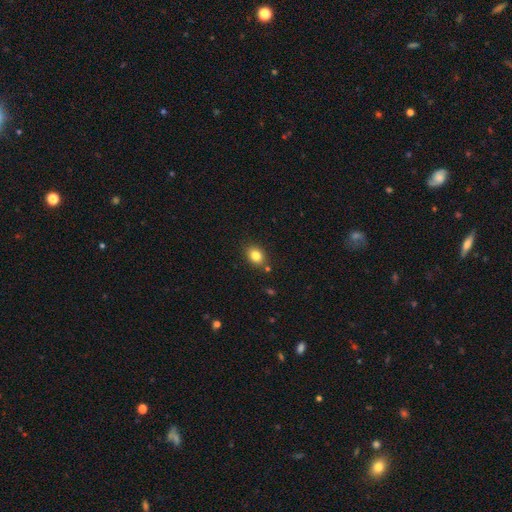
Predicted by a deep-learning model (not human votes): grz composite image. It shows a smooth galaxy with no disk features (82%) that is in between round and cigar-shaped (57%). Merging: none (81%).